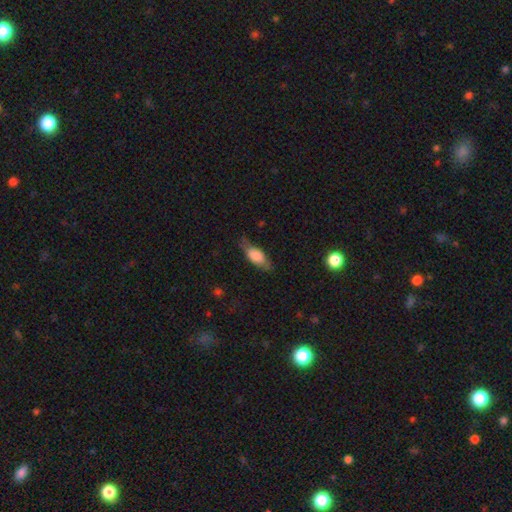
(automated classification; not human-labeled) A smooth galaxy with no disk features (74%) that is in between round and cigar-shaped (79%). Merging: none (62%).